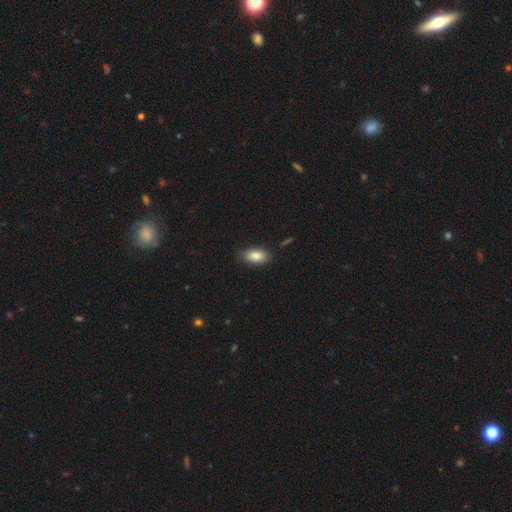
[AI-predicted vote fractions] This is clearly a smooth galaxy (86%). How rounded: clearly in between (91%). Merging: clearly none (85%).